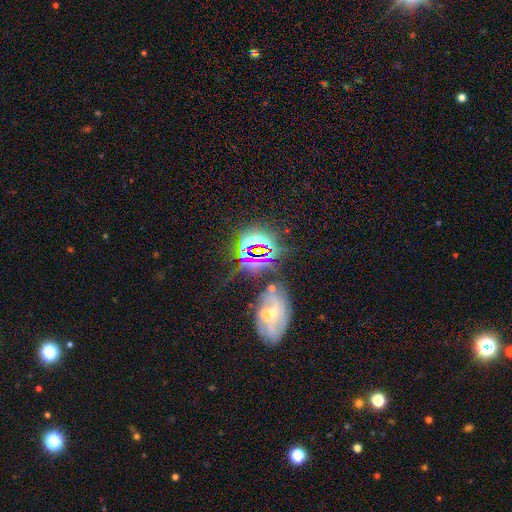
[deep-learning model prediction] Morphology: type=star or artifact (70%).